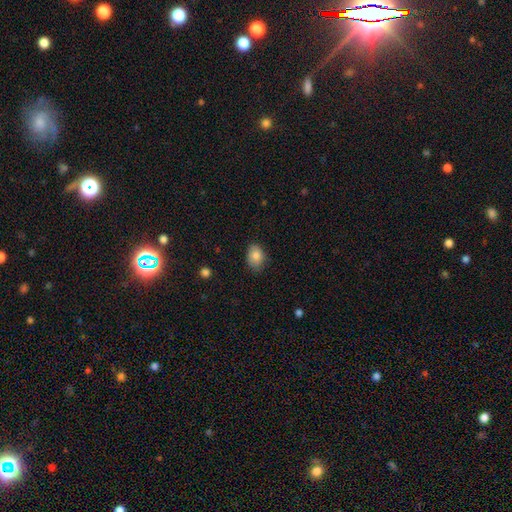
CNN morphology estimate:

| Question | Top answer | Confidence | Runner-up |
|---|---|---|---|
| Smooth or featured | smooth | 86% | star or artifact (8%) |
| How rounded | in between | 81% | round (18%) |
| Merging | none | 78% | minor disturbance (18%) |